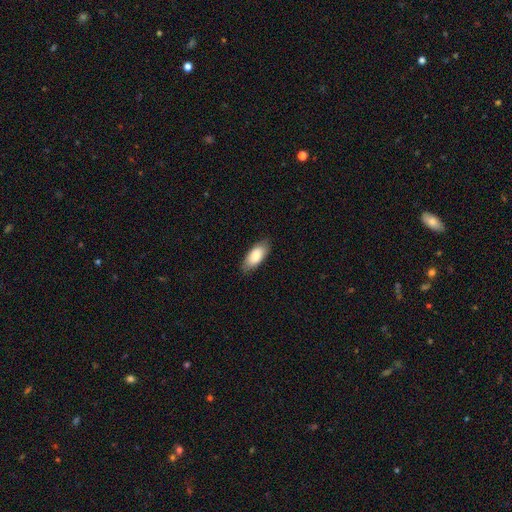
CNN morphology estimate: smooth 83%, featured or disk 11%, star or artifact 6%. Down the decision tree: how rounded — in between (87%); merging — none (84%).